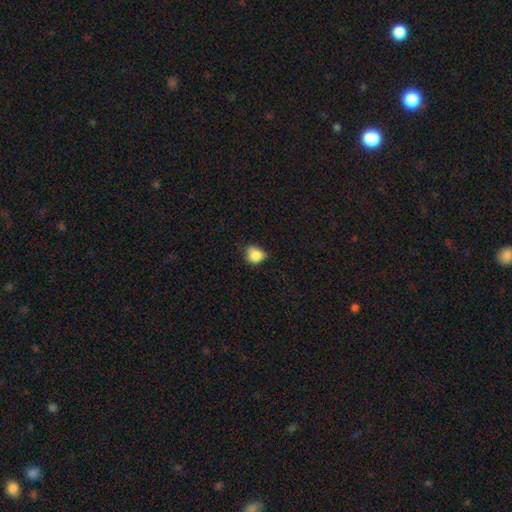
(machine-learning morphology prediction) Overall: smooth (84%). How rounded: round (69%; in between 30%). Merging: none (59%; minor disturbance 33%).